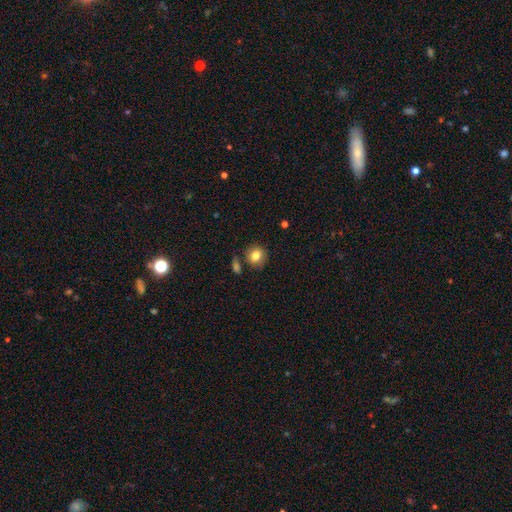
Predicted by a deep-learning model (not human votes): Morphology: type=smooth (81%); roundness=round (81%); merging=none (77%).